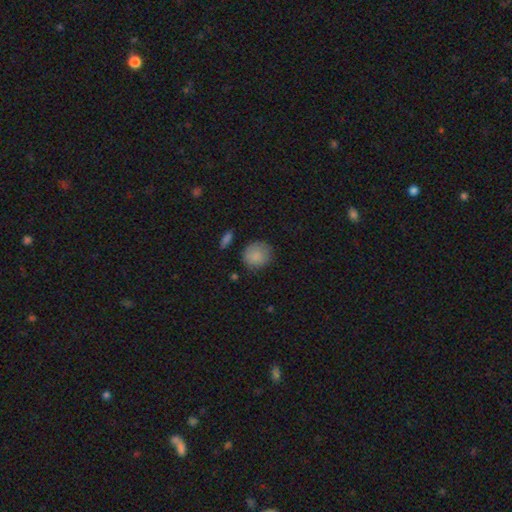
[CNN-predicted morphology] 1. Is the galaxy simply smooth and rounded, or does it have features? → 86% smooth, 8% star or artifact, 6% featured or disk.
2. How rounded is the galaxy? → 84% round, 15% in between, 1% cigar-shaped.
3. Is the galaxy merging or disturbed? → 76% none, 17% minor disturbance, 4% major disturbance, 2% merger.